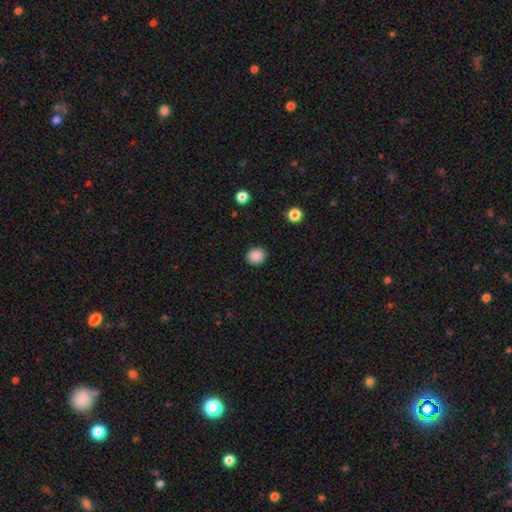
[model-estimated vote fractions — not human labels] Q: Smooth or featured?
A: smooth (88%); runner-up: star or artifact (9%)
Q: How rounded?
A: round (81%); runner-up: in between (18%)
Q: Merging?
A: none (91%); runner-up: minor disturbance (6%)